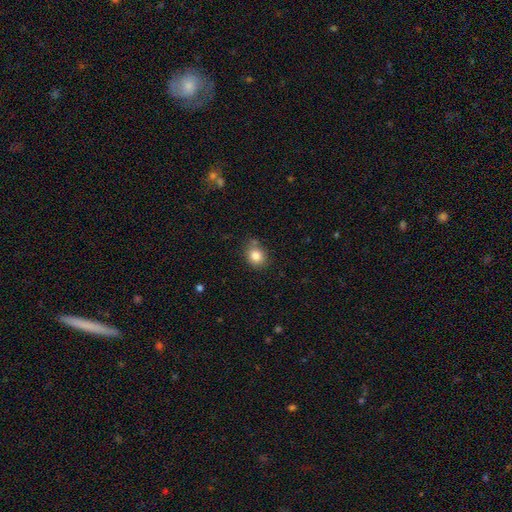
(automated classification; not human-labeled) The model was most divided on "how rounded": round: 64%, in between: 36%, cigar-shaped: 1%. More confident: smooth or featured — smooth (83%); merging — none (74%).